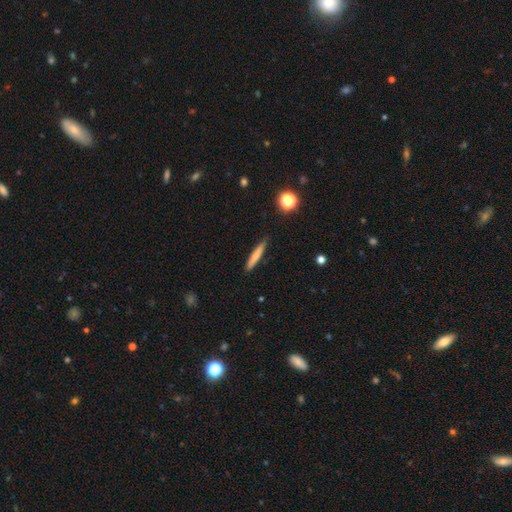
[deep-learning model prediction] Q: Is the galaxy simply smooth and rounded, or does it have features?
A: smooth — 66%.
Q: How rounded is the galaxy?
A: cigar-shaped — 94%.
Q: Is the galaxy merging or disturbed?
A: none — 88%.